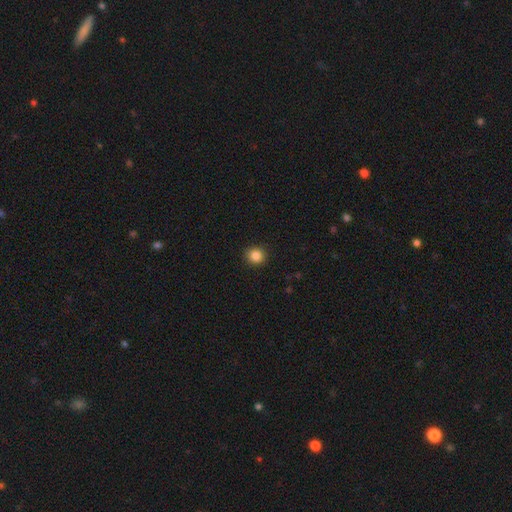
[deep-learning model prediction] Q: Smooth or featured?
A: smooth (86%); runner-up: star or artifact (11%)
Q: How rounded?
A: round (89%); runner-up: in between (10%)
Q: Merging?
A: none (91%); runner-up: minor disturbance (6%)